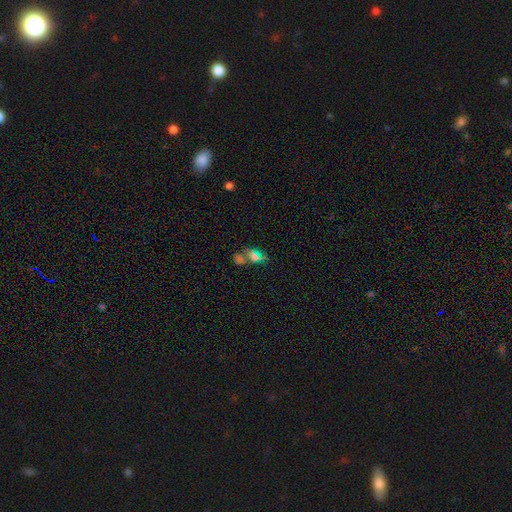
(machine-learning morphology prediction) This appears to be a smooth galaxy with no disk features (50%). Merging: none (45%).